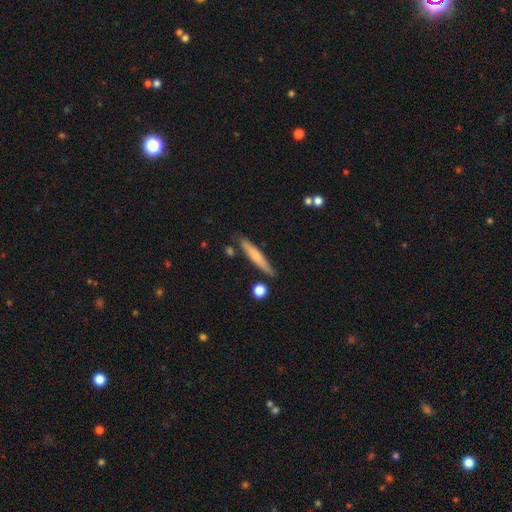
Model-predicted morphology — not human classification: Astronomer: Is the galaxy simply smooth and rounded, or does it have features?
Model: smooth — 64%.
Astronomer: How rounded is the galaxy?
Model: cigar-shaped — 91%.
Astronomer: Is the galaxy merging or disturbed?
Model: none — 79%.